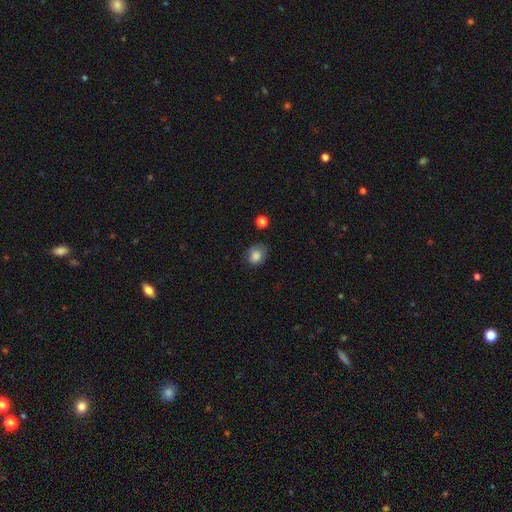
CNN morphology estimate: Smooth or featured?
  - smooth: 83% *
  - star or artifact: 9%
  - featured or disk: 8%
How rounded?
  - round: 60% *
  - in between: 39%
  - cigar-shaped: 1%
Merging?
  - none: 67% *
  - minor disturbance: 24%
  - major disturbance: 6%
  - merger: 2%